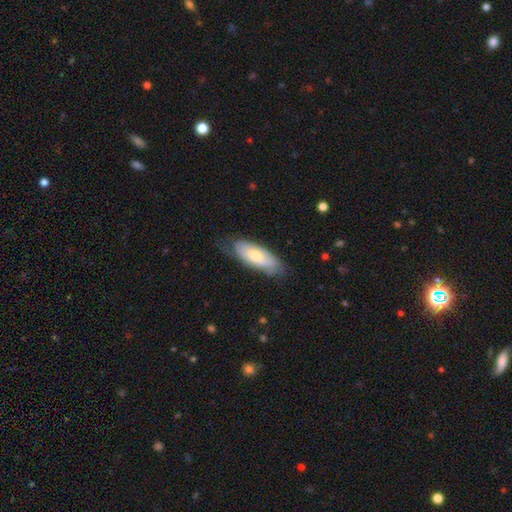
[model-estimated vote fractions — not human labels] smooth_or_featured: smooth (p=0.52) [alt: featured or disk p=0.42]
how_rounded: in between (p=0.76) [alt: cigar-shaped p=0.22]
merging: none (p=0.73) [alt: minor disturbance p=0.21]